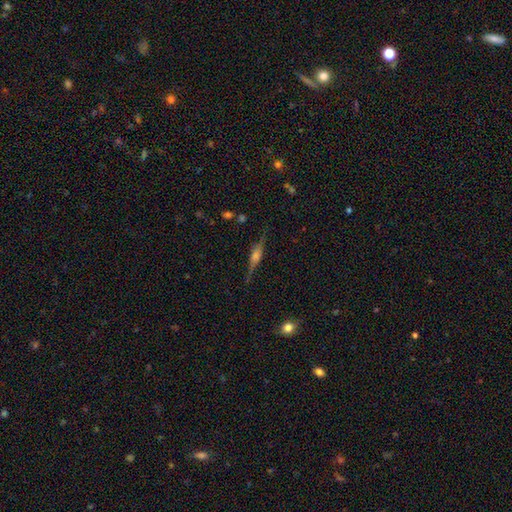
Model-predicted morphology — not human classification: Smooth or featured? Predicted: featured or disk (p=0.72). Edge-on disk? Predicted: yes (p=0.97). Edge-on bulge? Predicted: rounded (p=0.75). Merging? Predicted: none (p=0.83).